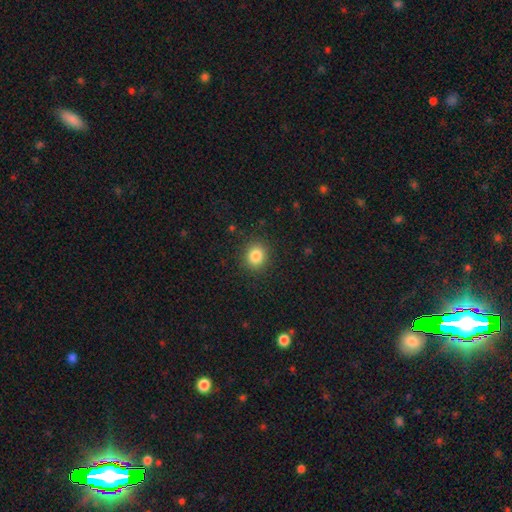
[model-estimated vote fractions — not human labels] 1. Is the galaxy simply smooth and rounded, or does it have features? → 84% smooth, 10% star or artifact, 5% featured or disk.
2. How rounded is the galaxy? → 78% round, 21% in between, 1% cigar-shaped.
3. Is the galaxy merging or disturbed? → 90% none, 7% minor disturbance, 3% major disturbance, 1% merger.